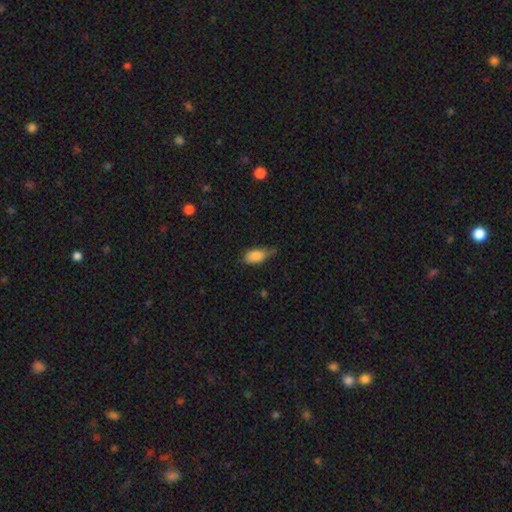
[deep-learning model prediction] Q: Smooth or featured?
A: smooth (84%); runner-up: featured or disk (9%)
Q: How rounded?
A: in between (89%); runner-up: cigar-shaped (6%)
Q: Merging?
A: minor disturbance (43%); runner-up: none (42%)